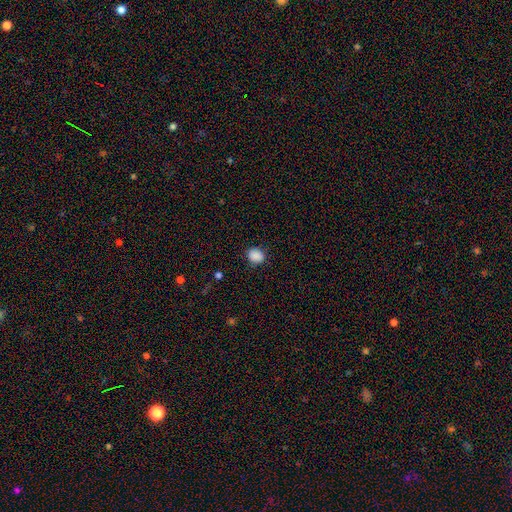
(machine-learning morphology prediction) smooth_or_featured: smooth (p=0.88) [alt: star or artifact p=0.09]
how_rounded: round (p=0.62) [alt: in between p=0.38]
merging: none (p=0.86) [alt: minor disturbance p=0.10]